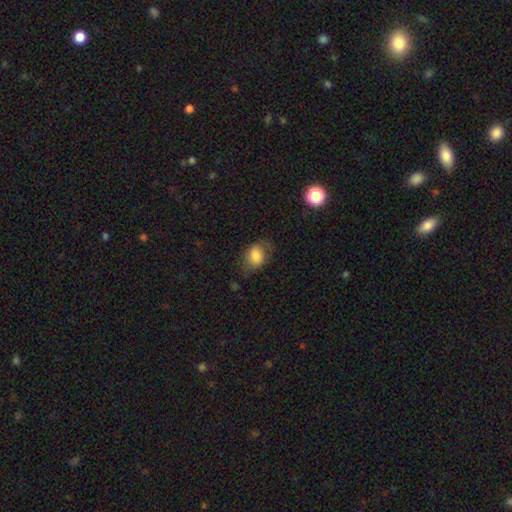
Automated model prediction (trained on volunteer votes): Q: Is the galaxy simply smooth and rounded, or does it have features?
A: smooth — 77%.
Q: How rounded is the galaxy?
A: in between — 67%.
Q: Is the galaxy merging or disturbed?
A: none — 58%.